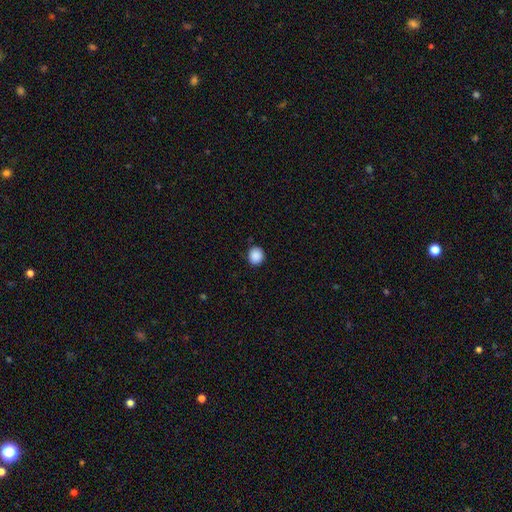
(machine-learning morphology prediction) smooth-or-featured: smooth: 89% | star or artifact: 9% | featured or disk: 2%
  how-rounded: round: 84% | in between: 15% | cigar-shaped: 1%
  merging: none: 89% | minor disturbance: 8% | major disturbance: 2% | merger: 1%